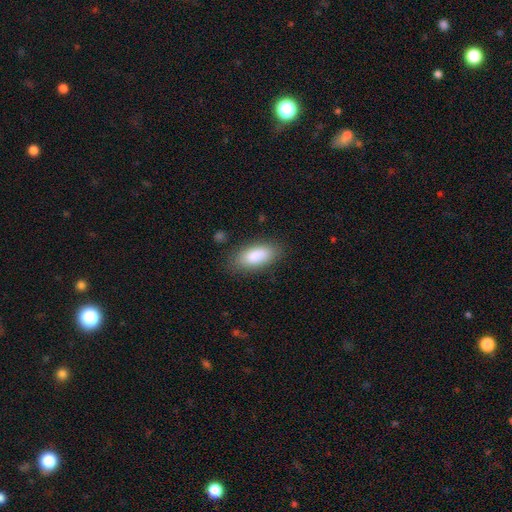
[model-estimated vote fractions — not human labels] This is clearly a smooth galaxy (87%). How rounded: clearly in between (87%). Merging: clearly none (82%).